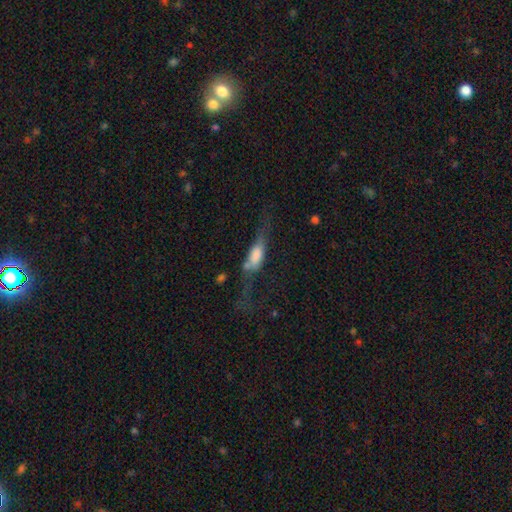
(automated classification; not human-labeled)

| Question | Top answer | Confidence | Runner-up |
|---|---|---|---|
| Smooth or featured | smooth | 56% | featured or disk (35%) |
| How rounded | in between | 66% | cigar-shaped (30%) |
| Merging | major disturbance | 40% | none (26%) |